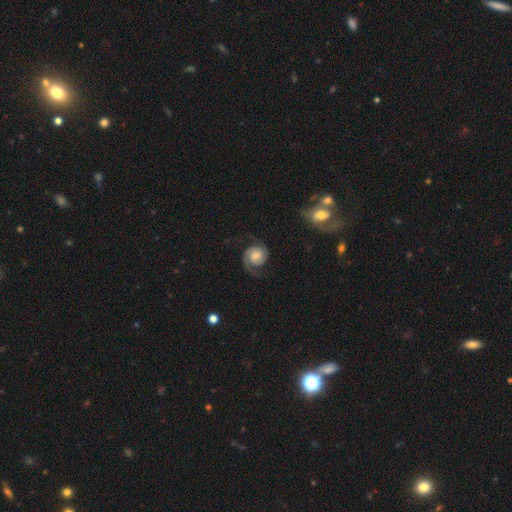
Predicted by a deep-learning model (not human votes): A featured or disk galaxy (86%) with no bar (61%), 2 (89%) tight (47%) spiral arms (98%) and a moderate central bulge (40%).

Vote fractions:
- Smooth or featured? featured or disk: 86% / smooth: 9% / star or artifact: 6%
- Edge-on disk? no: 98% / yes: 2%
- Bar? no: 61% / weak: 32% / strong: 7%
- Spiral arms? yes: 98% / no: 2%
- Spiral winding? tight: 47% / medium: 40% / loose: 13%
- Spiral arm count? 2: 89% / 1: 5% / can't tell: 3% / 3: 2% / 4: 1% / more than 4: 1%
- Bulge size? moderate: 40% / small: 23% / large: 17% / none: 17% / dominant: 3%
- Merging? none: 75% / minor disturbance: 15% / major disturbance: 8% / merger: 2%